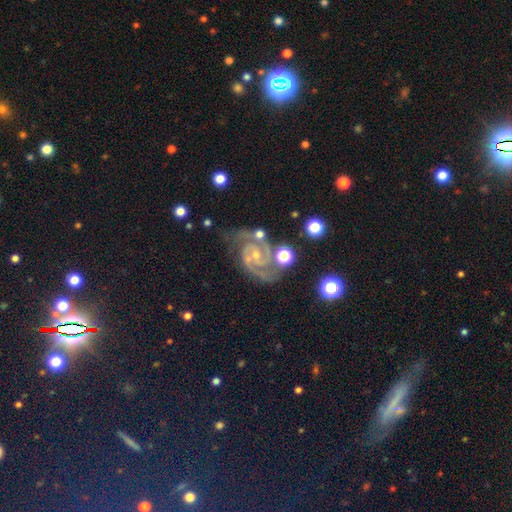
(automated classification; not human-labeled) Morphology: type=featured or disk (92%); edge-on=no (98%); bar=no (53%); spiral arms=yes (99%); winding=tight (53%); arm count=2 (83%); bulge=small (73%); merging=none (63%).